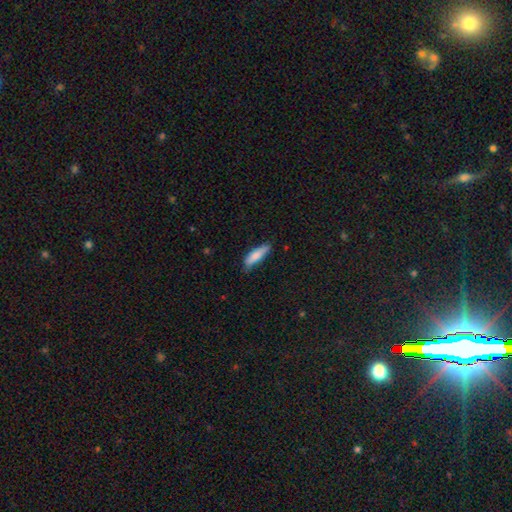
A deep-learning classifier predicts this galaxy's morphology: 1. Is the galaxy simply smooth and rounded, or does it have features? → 80% smooth, 15% featured or disk, 6% star or artifact.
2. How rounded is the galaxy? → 62% cigar-shaped, 36% in between, 2% round.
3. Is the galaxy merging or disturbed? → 71% none, 24% minor disturbance, 4% major disturbance, 2% merger.